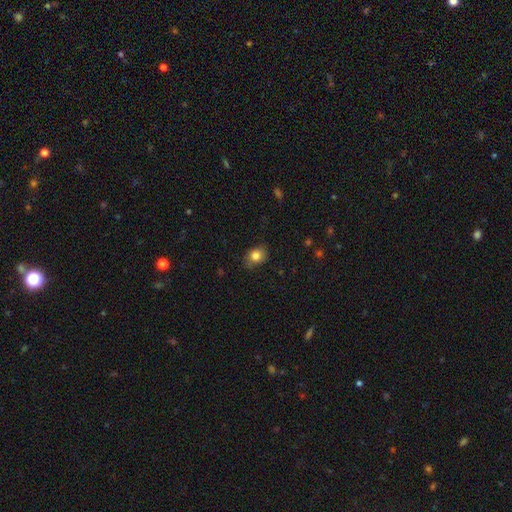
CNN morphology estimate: smooth-or-featured: smooth: 82% | star or artifact: 10% | featured or disk: 8%
  how-rounded: in between: 51% | round: 48% | cigar-shaped: 1%
  merging: none: 75% | minor disturbance: 20% | major disturbance: 4% | merger: 1%